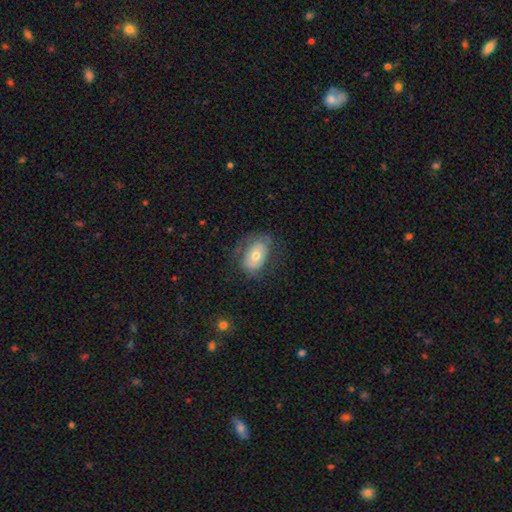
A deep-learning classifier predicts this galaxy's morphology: smooth-or-featured: smooth: 54% | featured or disk: 38% | star or artifact: 7%
  how-rounded: in between: 87% | round: 12% | cigar-shaped: 2%
  merging: none: 64% | minor disturbance: 22% | major disturbance: 13% | merger: 1%